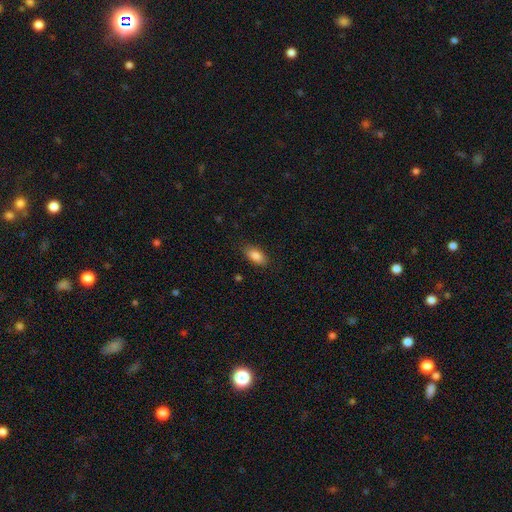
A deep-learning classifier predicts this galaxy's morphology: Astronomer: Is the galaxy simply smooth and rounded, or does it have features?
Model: smooth — 87%.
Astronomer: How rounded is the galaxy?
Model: in between — 91%.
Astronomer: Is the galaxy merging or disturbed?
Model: none — 86%.